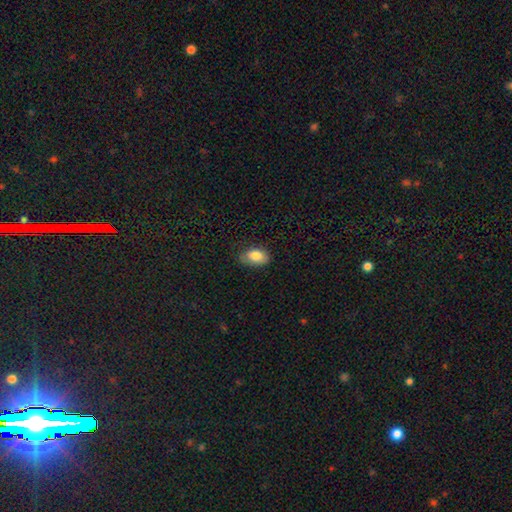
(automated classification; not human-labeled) smooth 85%, featured or disk 8%, star or artifact 8%. Down the decision tree: how rounded — in between (91%); merging — none (70%).